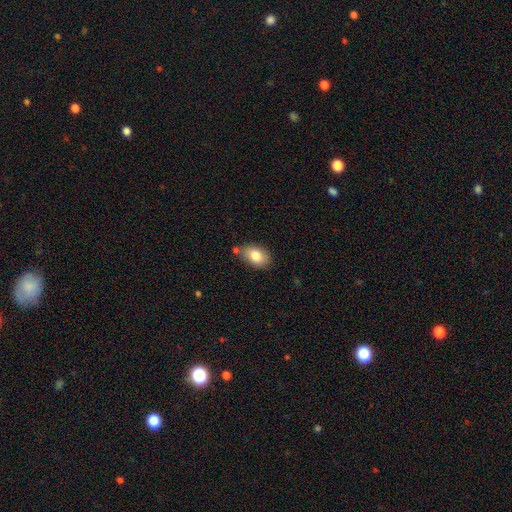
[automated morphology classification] Smooth or featured? smooth (83%)
How rounded? in between (88%)
Merging? none (71%)